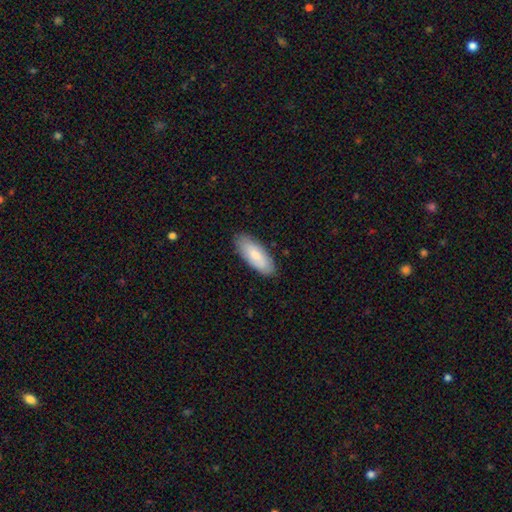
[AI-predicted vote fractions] A smooth galaxy with no disk features (76%) that is in between round and cigar-shaped (78%).

Vote fractions:
- Smooth or featured? smooth: 76% / featured or disk: 19% / star or artifact: 5%
- How rounded? in between: 78% / cigar-shaped: 21% / round: 2%
- Merging? none: 85% / minor disturbance: 12% / major disturbance: 2% / merger: 1%